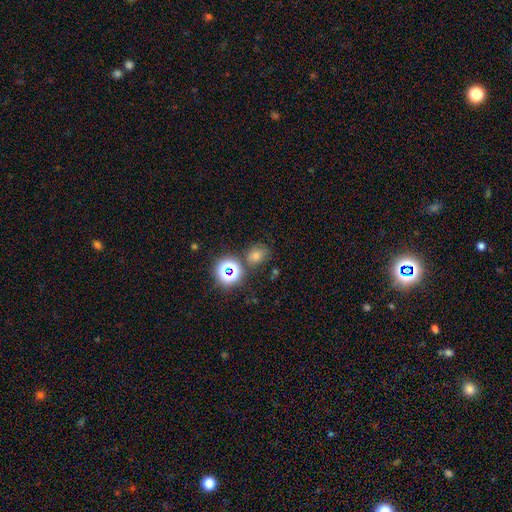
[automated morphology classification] Smooth or featured? Predicted: smooth (p=0.54). How rounded? Predicted: round (p=0.73). Merging? Predicted: none (p=0.76).